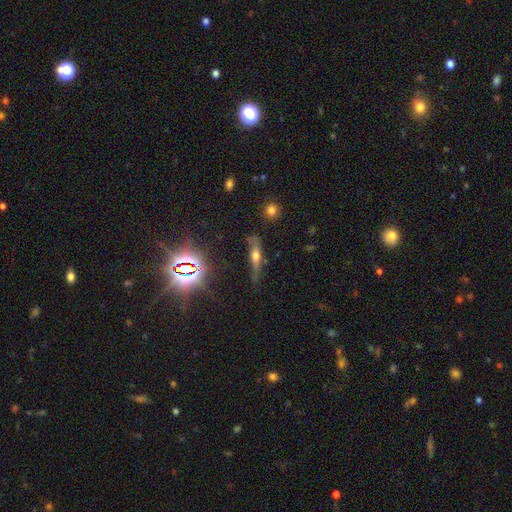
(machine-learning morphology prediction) Smooth or featured? Predicted: featured or disk (p=0.47). Merging? Predicted: none (p=0.64).